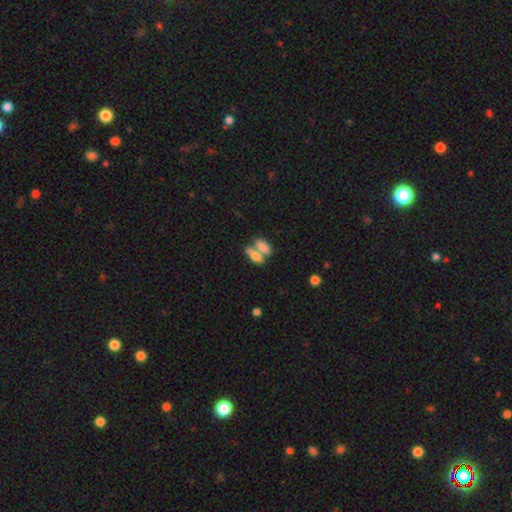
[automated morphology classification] smooth_or_featured: smooth (p=0.74) [alt: featured or disk p=0.18]
how_rounded: in between (p=0.84) [alt: cigar-shaped p=0.11]
merging: merger (p=0.62) [alt: none p=0.26]